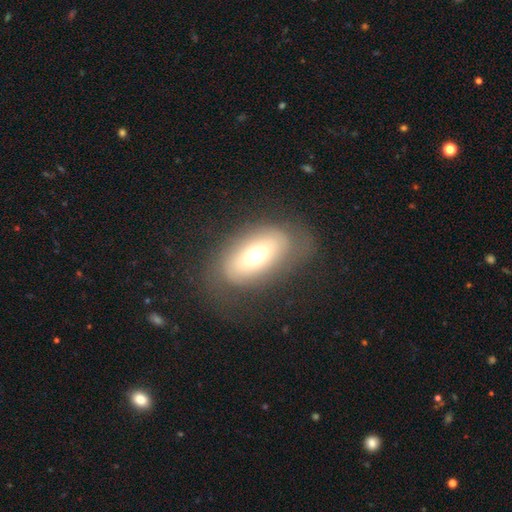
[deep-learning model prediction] A smooth galaxy with no disk features (58%) that is in between round and cigar-shaped (87%).

Vote fractions:
- Smooth or featured? smooth: 58% / featured or disk: 33% / star or artifact: 9%
- How rounded? in between: 87% / round: 7% / cigar-shaped: 5%
- Merging? none: 69% / minor disturbance: 18% / major disturbance: 12% / merger: 1%